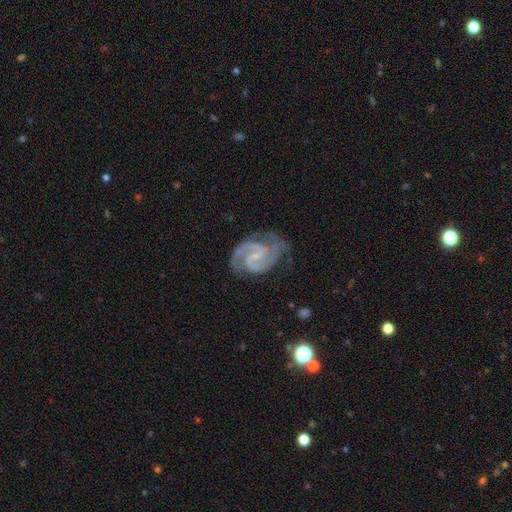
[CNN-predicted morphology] featured or disk 92%, star or artifact 4%, smooth 3%. Down the decision tree: edge-on disk — no (98%); bar — weak (47%); spiral arms — yes (98%); spiral arm count — 2 (90%); spiral winding — medium (55%); bulge size — small (69%); merging — none (71%).